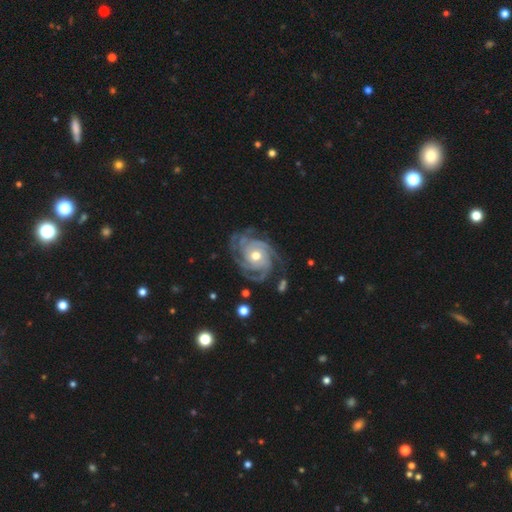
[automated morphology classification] featured or disk 93%, star or artifact 4%, smooth 3%. Down the decision tree: edge-on disk — no (98%); bar — no (75%); spiral arms — yes (98%); spiral arm count — 4 (31%); spiral winding — tight (74%); bulge size — moderate (69%); merging — none (75%).